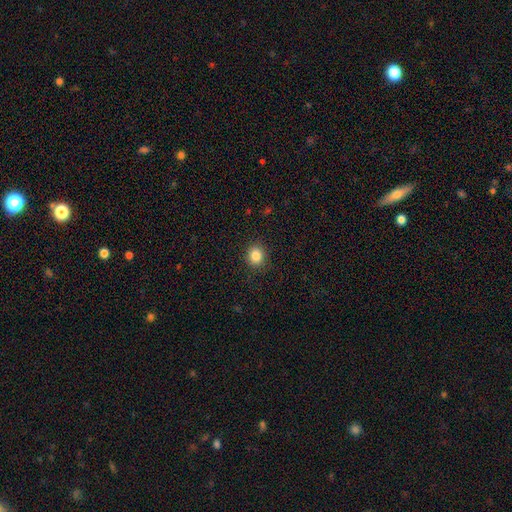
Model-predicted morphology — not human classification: type=smooth (85%); roundness=round (81%); merging=none (90%).